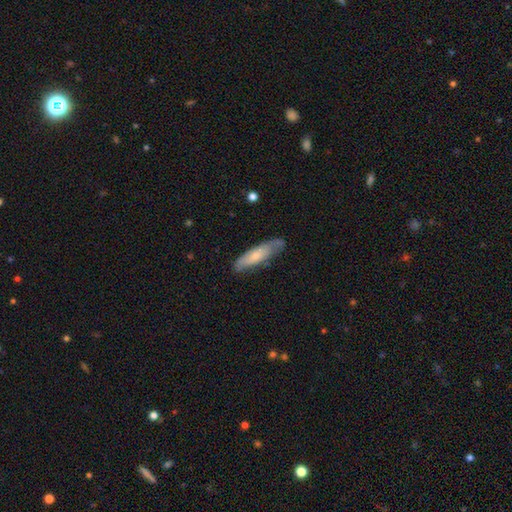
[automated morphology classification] Smooth or featured: smooth — 61% (featured or disk — 33%)
How rounded: cigar-shaped — 65% (in between — 33%)
Merging: none — 69% (minor disturbance — 24%)